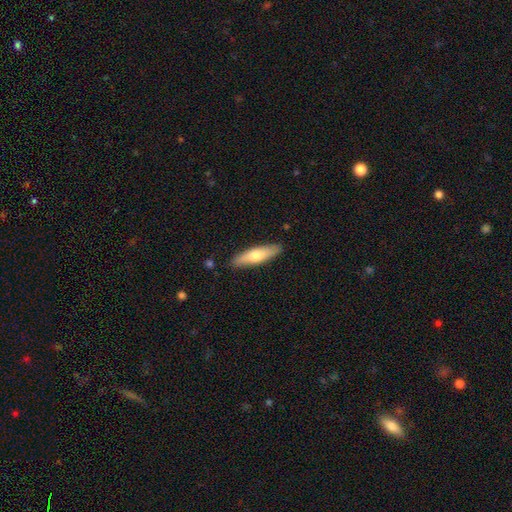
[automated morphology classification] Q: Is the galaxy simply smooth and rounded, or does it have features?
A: smooth — 65%.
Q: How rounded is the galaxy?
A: cigar-shaped — 72%.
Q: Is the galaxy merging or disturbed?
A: none — 88%.